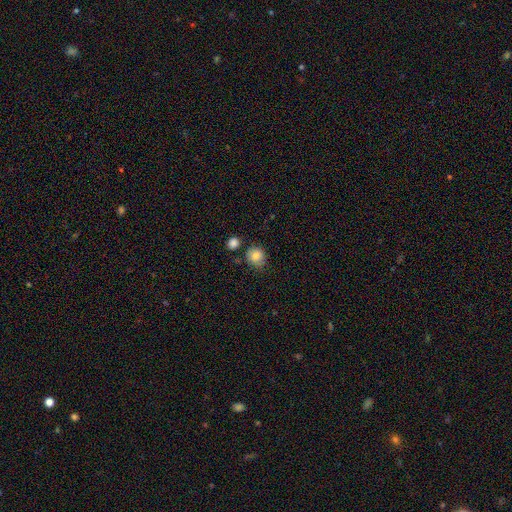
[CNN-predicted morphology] A smooth galaxy with no disk features (82%) that is round (82%).

Vote fractions:
- Smooth or featured? smooth: 82% / star or artifact: 10% / featured or disk: 8%
- How rounded? round: 82% / in between: 17% / cigar-shaped: 1%
- Merging? none: 71% / minor disturbance: 18% / merger: 7% / major disturbance: 4%